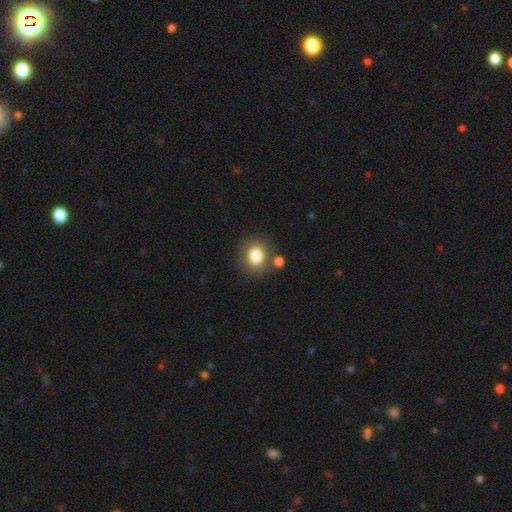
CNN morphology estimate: smooth 81%, star or artifact 11%, featured or disk 8%. Down the decision tree: how rounded — round (73%); merging — none (76%).